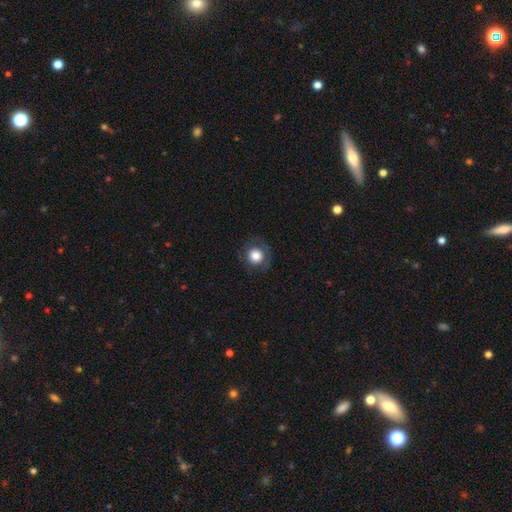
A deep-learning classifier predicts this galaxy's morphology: Smooth or featured: smooth — 78% (featured or disk — 12%)
How rounded: round — 91% (in between — 8%)
Merging: none — 80% (minor disturbance — 13%)